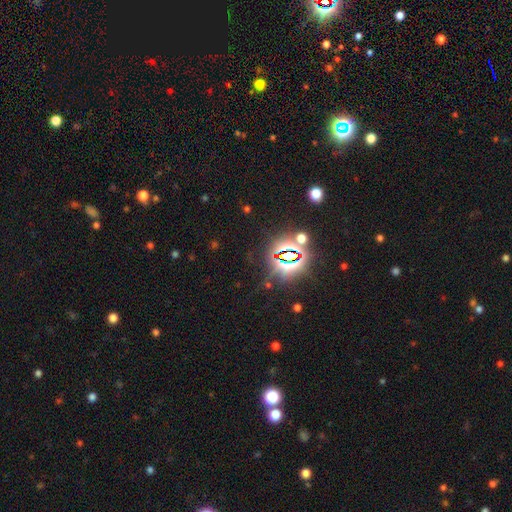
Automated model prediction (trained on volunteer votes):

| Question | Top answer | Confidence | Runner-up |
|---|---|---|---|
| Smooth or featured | star or artifact | 81% | smooth (12%) |